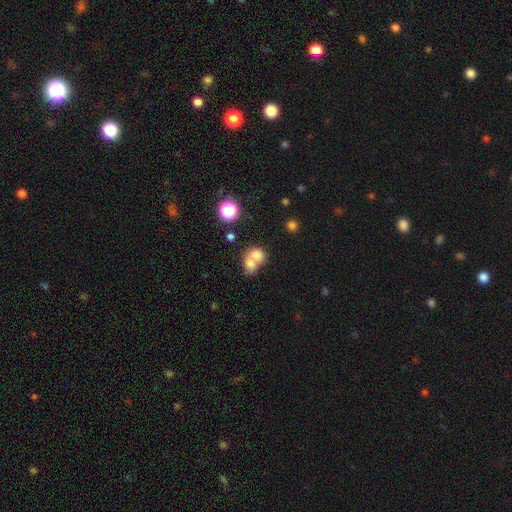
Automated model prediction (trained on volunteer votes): smooth_or_featured: smooth (p=0.72) [alt: featured or disk p=0.16]
how_rounded: round (p=0.58) [alt: in between p=0.41]
merging: merger (p=0.69) [alt: none p=0.21]